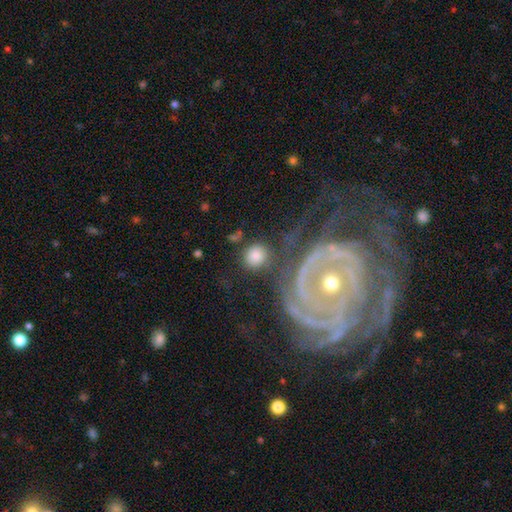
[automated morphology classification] This appears to be a smooth galaxy with no disk features (73%) that is round (86%). Merging: none (71%).